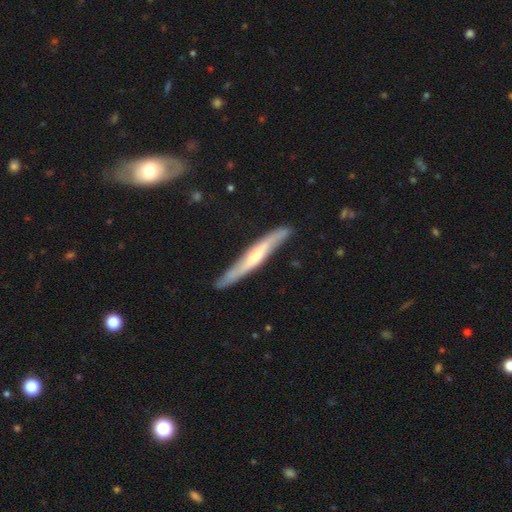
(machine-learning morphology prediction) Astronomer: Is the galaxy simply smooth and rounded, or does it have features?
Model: featured or disk — 63%.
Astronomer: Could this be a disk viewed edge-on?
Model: yes — 80%.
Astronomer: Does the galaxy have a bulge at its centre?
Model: rounded — 50% (runner-up: none, 36%).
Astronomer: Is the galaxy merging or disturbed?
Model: none — 81%.